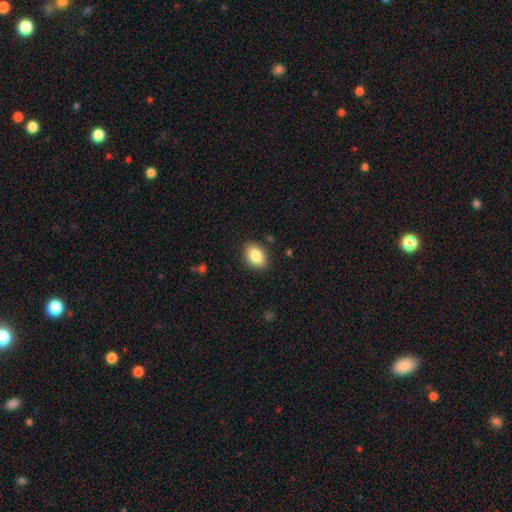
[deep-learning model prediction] A smooth galaxy with no disk features (85%) that is in between round and cigar-shaped (72%). Merging: none (88%).